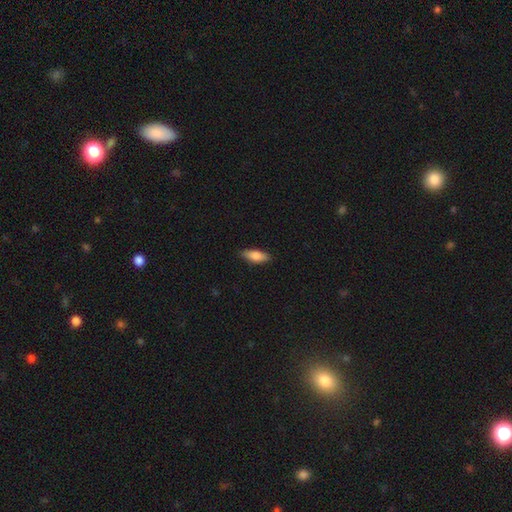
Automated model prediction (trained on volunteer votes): smooth-or-featured: smooth: 81% | featured or disk: 13% | star or artifact: 6%
  how-rounded: in between: 72% | cigar-shaped: 25% | round: 2%
  merging: none: 85% | minor disturbance: 12% | major disturbance: 2% | merger: 1%